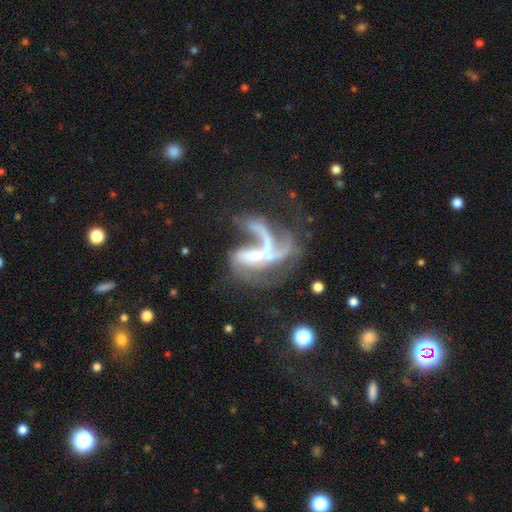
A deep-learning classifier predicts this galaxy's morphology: Smooth or featured? featured or disk (77%)
Edge-on disk? no (97%)
Bar? no (49%)
Spiral arms? yes (75%)
Spiral winding? loose (61%)
Spiral arm count? 2 (27%)
Bulge size? small (38%)
Merging? merger (47%)